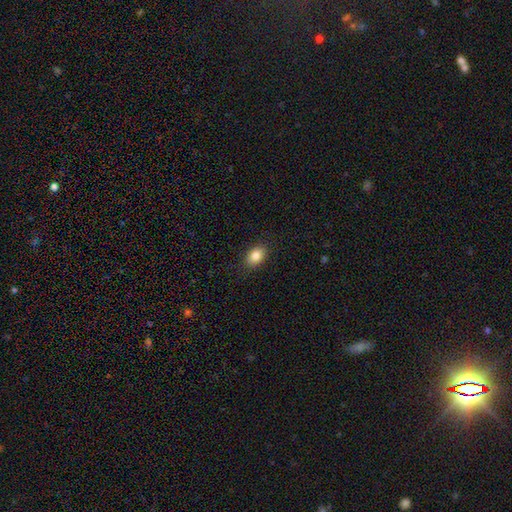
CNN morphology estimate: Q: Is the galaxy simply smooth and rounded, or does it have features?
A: smooth — 85%.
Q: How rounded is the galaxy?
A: in between — 83%.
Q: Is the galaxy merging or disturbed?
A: none — 87%.